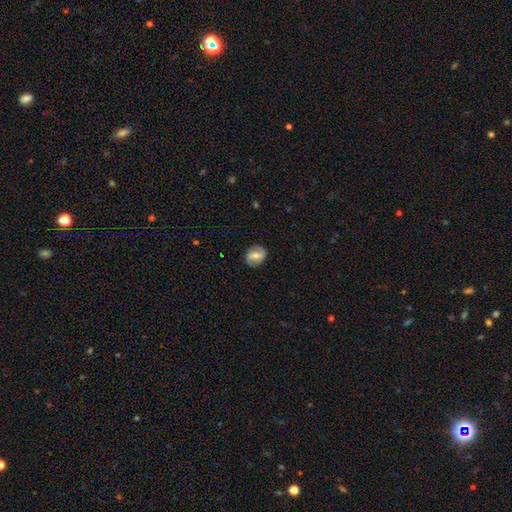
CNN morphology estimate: Smooth or featured?
  - featured or disk: 47% *
  - smooth: 46%
  - star or artifact: 8%
Merging?
  - none: 85% *
  - minor disturbance: 11%
  - major disturbance: 3%
  - merger: 1%